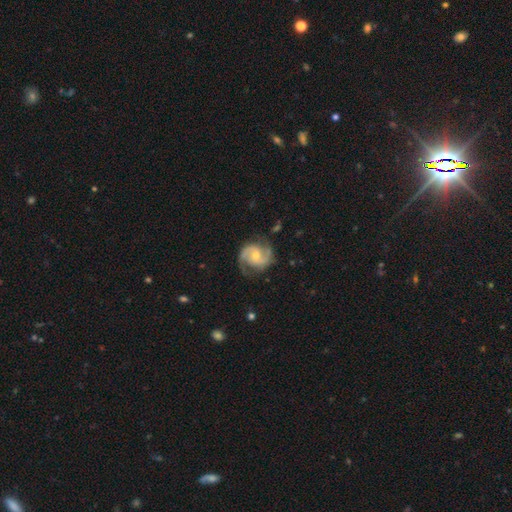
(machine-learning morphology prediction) This is clearly a featured or disk galaxy (89%). It is clearly not viewed edge-on (98%). Bar: possibly no (56%). Spiral arm pattern: clearly yes (98%). Spiral arm count: clearly 2 (92%). Spiral winding: possibly medium (56%). Central bulge: possibly moderate (49%). Merging: likely none (78%).